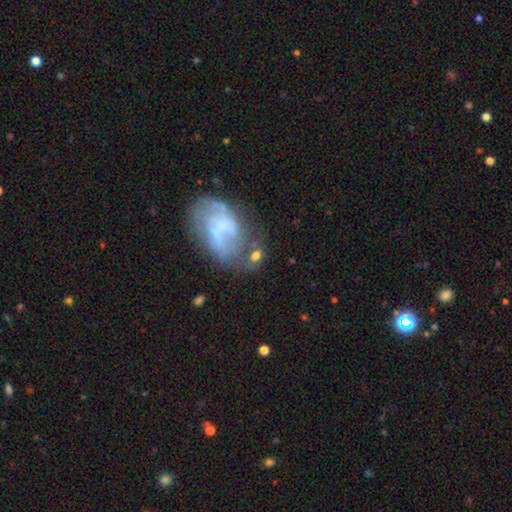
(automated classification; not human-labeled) This is possibly a smooth galaxy (53%). How rounded: likely in between (70%). Merging: marginally none (44%).